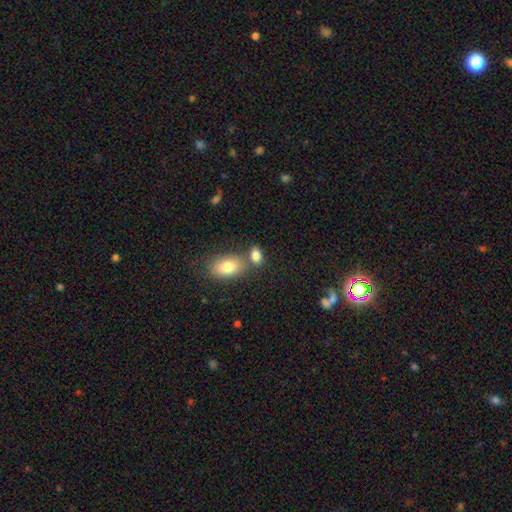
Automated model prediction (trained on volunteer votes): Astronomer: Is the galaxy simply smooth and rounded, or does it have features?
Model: smooth — 82%.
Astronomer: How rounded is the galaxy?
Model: in between — 84%.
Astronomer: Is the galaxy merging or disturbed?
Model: none — 56%.